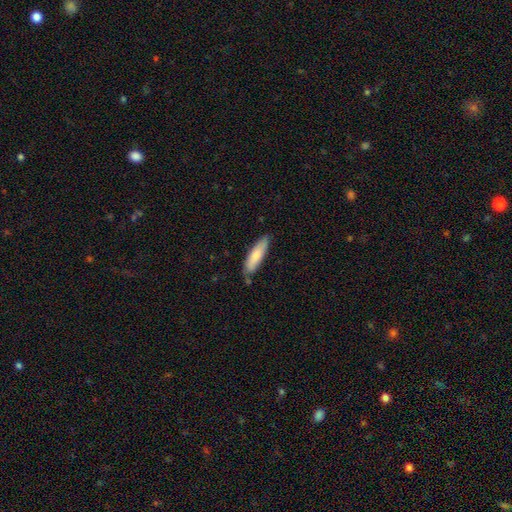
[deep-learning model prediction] Q: Smooth or featured?
A: smooth (79%); runner-up: featured or disk (16%)
Q: How rounded?
A: cigar-shaped (67%); runner-up: in between (31%)
Q: Merging?
A: none (76%); runner-up: minor disturbance (18%)